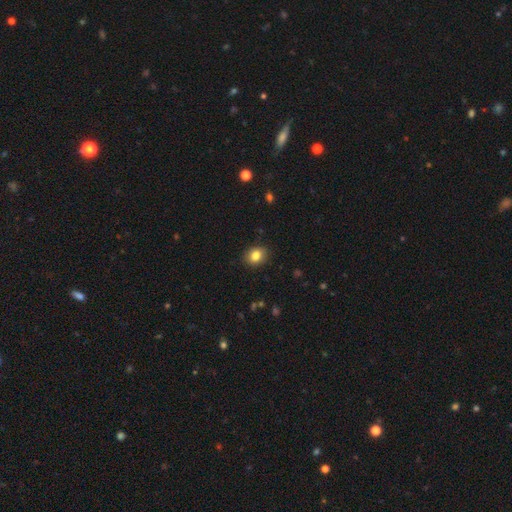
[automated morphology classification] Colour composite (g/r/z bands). It shows a smooth galaxy with no disk features (82%) that is round (52%). Merging: none (89%).